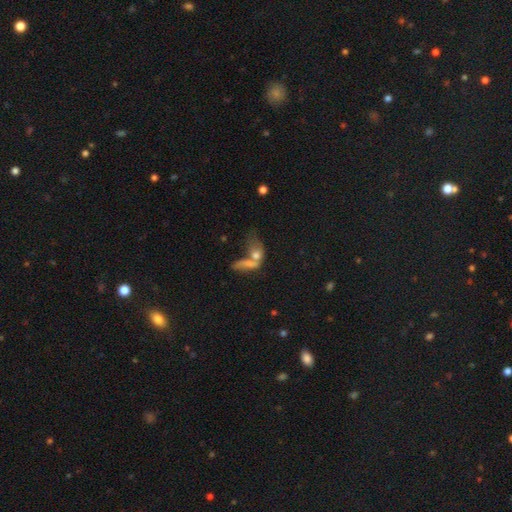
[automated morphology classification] The model was most divided on "smooth or featured": star or artifact: 40%, smooth: 31%, featured or disk: 28%.